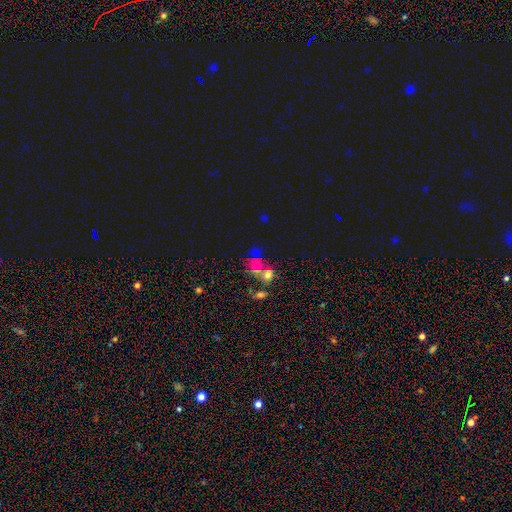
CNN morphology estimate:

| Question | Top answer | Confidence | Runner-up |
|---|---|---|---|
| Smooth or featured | smooth | 42% | star or artifact (33%) |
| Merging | merger | 44% | none (38%) |